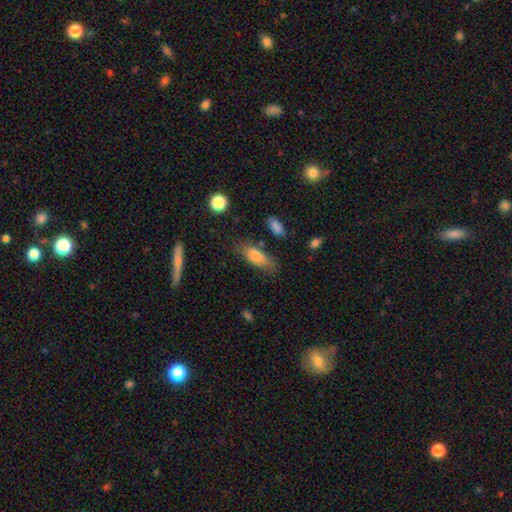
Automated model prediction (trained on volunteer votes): smooth-or-featured: smooth: 80% | featured or disk: 12% | star or artifact: 8%
  how-rounded: in between: 74% | cigar-shaped: 23% | round: 3%
  merging: none: 72% | minor disturbance: 18% | major disturbance: 5% | merger: 4%